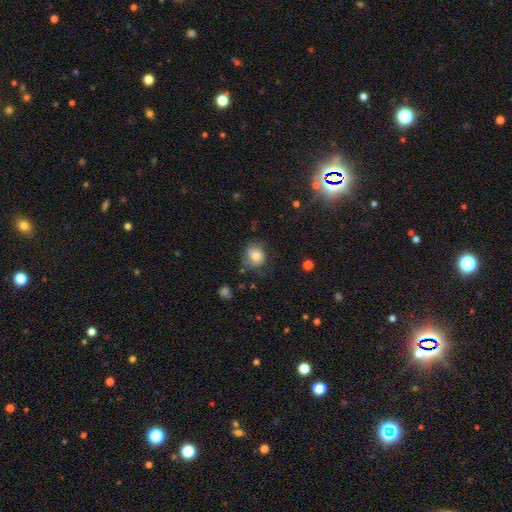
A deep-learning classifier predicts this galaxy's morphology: This appears to be a smooth galaxy with no disk features (68%) that is round (74%). Merging: none (55%).